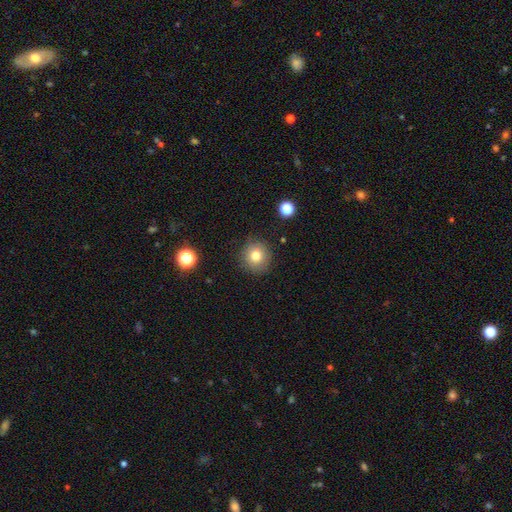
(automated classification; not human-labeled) This appears to be a smooth galaxy with no disk features (78%) that is round (90%). Merging: none (86%).